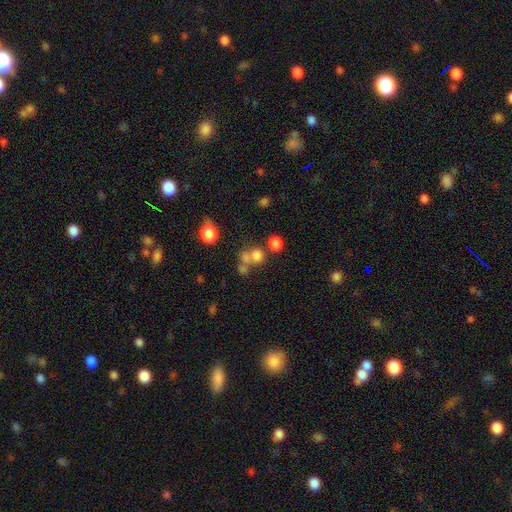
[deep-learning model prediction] A smooth galaxy with no disk features (70%) that is round (84%). Merging: none (51%).